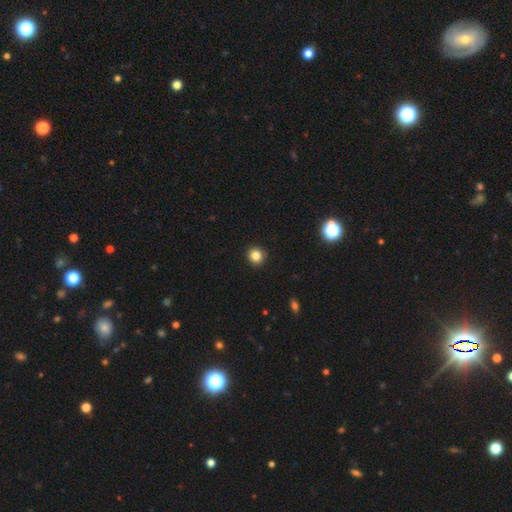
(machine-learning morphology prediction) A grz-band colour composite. It shows a smooth galaxy with no disk features (83%) that is round (91%). Merging: none (93%).